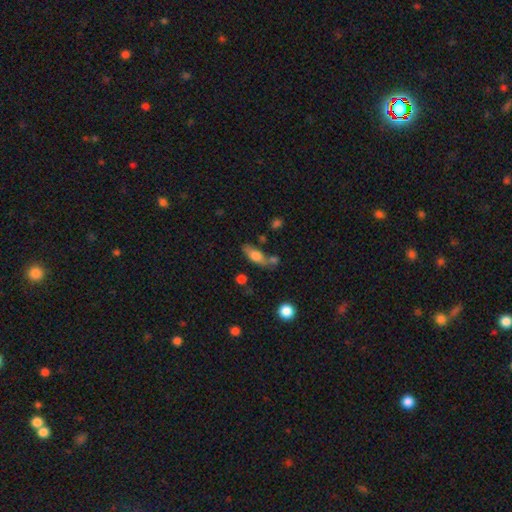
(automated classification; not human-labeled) Smooth or featured? smooth (70%)
How rounded? in between (69%)
Merging? none (52%)